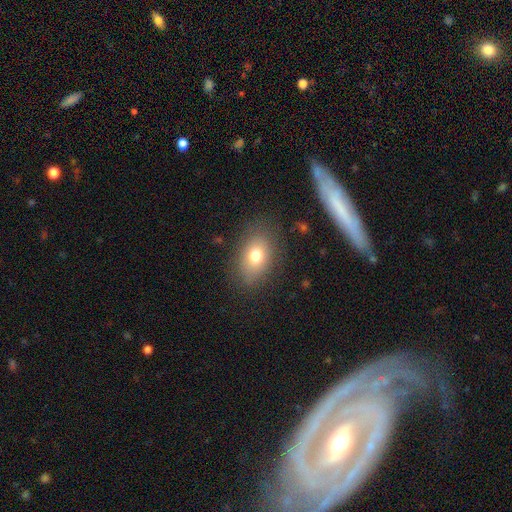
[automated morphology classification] The model was most divided on "how rounded": in between: 78%, round: 20%, cigar-shaped: 1%. More confident: merging — none (81%); smooth or featured — smooth (74%).